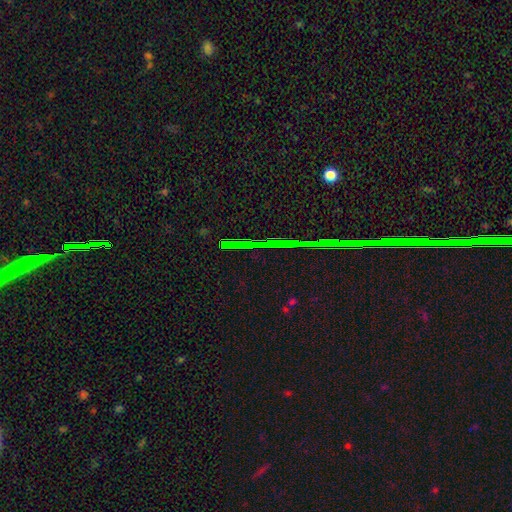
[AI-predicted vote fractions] Morphology: type=star or artifact (72%).